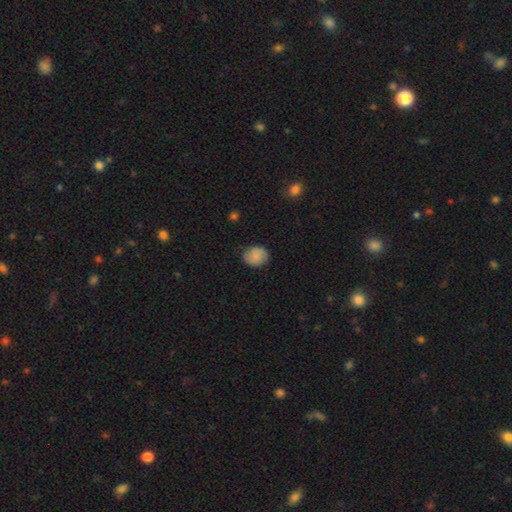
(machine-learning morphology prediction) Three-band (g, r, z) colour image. It shows a smooth galaxy with no disk features (67%) that is round (52%). Merging: none (77%).